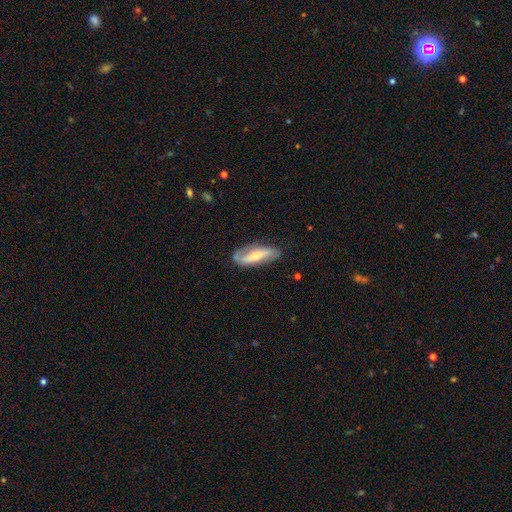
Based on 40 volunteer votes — featured or disk 82%, smooth 12%, star or artifact 5%. Down the decision tree: edge-on disk — no (88%); bar — weak (45%); spiral arms — yes (90%); spiral arm count — 2 (81%); spiral winding — loose (54%); bulge size — moderate (69%); merging — none (79%).